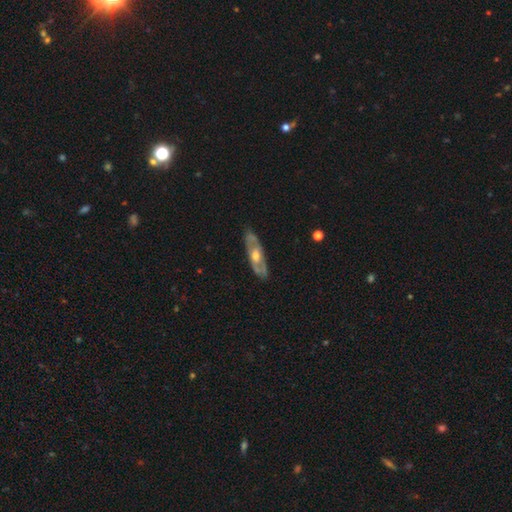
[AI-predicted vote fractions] Morphology: type=featured or disk (72%); edge-on=no (69%); merging=none (83%).